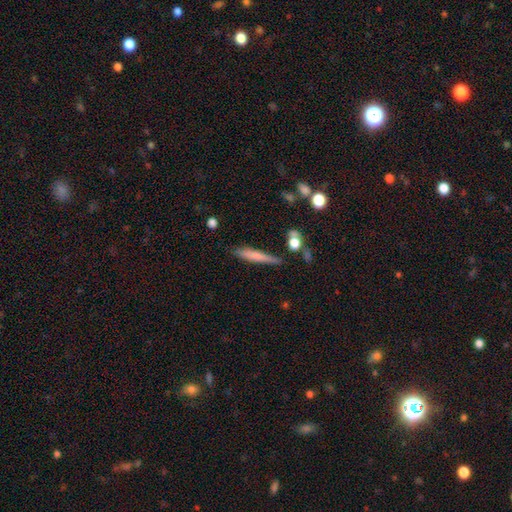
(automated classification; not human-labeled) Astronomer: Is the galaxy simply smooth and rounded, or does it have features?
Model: smooth — 66%.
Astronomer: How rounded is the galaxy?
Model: cigar-shaped — 91%.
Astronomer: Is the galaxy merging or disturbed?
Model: none — 77%.